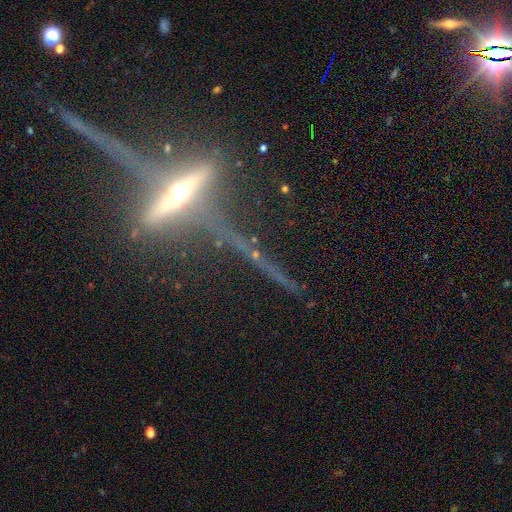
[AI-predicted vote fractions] Morphology: type=featured or disk (81%); edge-on=yes (91%); edge-on bulge=rounded (89%); merging=none (64%).